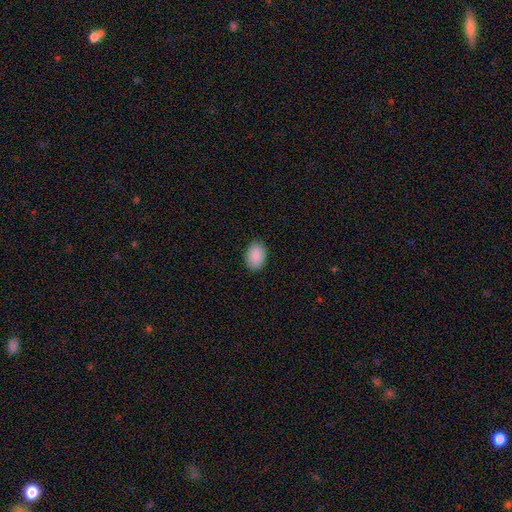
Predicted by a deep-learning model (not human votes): This appears to be a smooth galaxy with no disk features (91%) that is in between round and cigar-shaped (85%). Merging: none (89%).